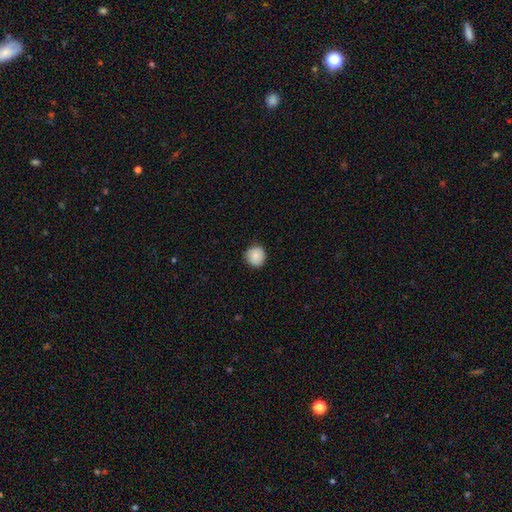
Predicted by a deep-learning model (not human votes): Overall: smooth (87%). How rounded: round (93%). Merging: none (88%).